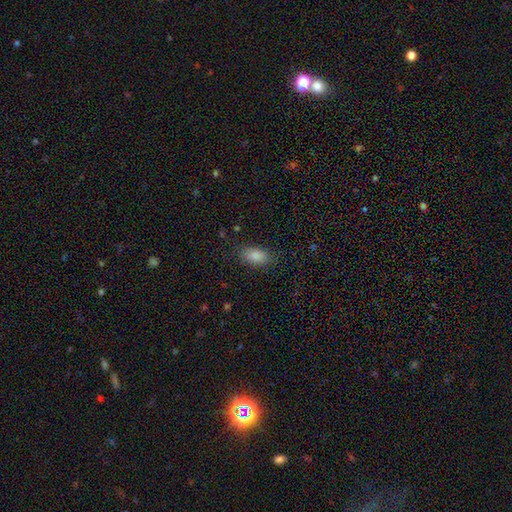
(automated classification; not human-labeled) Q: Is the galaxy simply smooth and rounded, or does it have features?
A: smooth — 86%.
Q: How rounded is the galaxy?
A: in between — 91%.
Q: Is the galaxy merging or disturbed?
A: none — 82%.